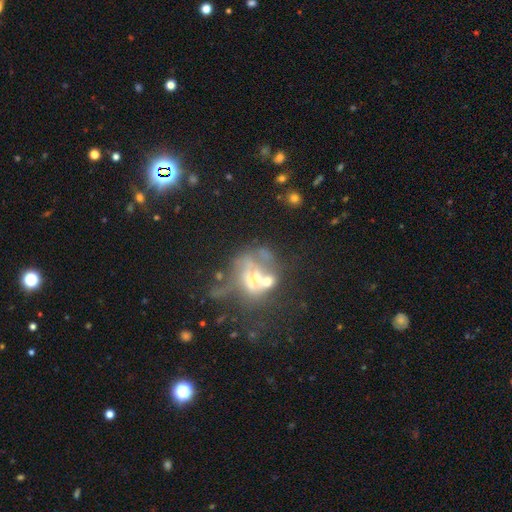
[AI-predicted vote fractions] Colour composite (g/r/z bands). It shows a featured or disk galaxy (45%). Merging: none (33%).